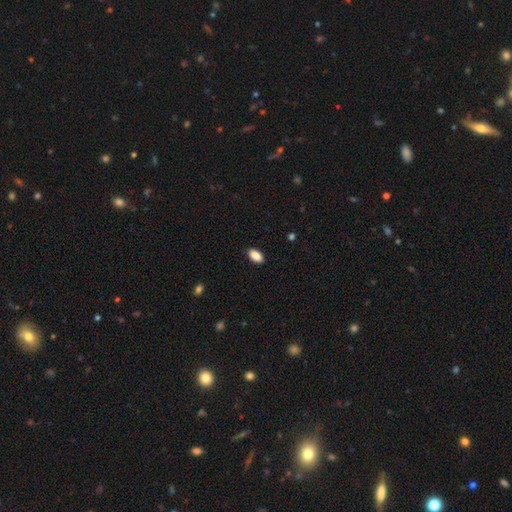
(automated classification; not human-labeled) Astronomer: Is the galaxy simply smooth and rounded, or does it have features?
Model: smooth — 90%.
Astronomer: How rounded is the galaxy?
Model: in between — 93%.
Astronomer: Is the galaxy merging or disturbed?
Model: none — 89%.